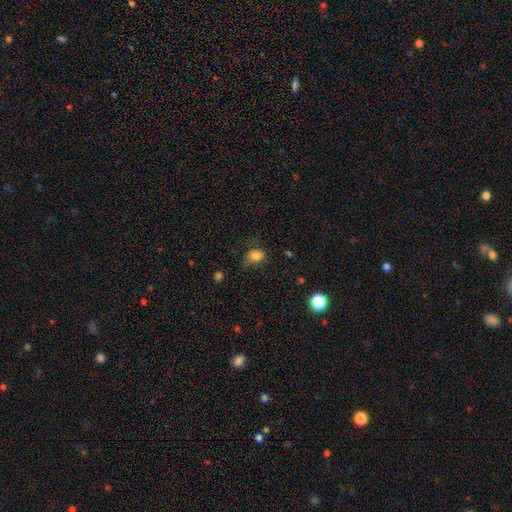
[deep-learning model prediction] Smooth or featured: smooth — 82% (star or artifact — 12%)
How rounded: in between — 60% (round — 39%)
Merging: none — 51% (minor disturbance — 32%)